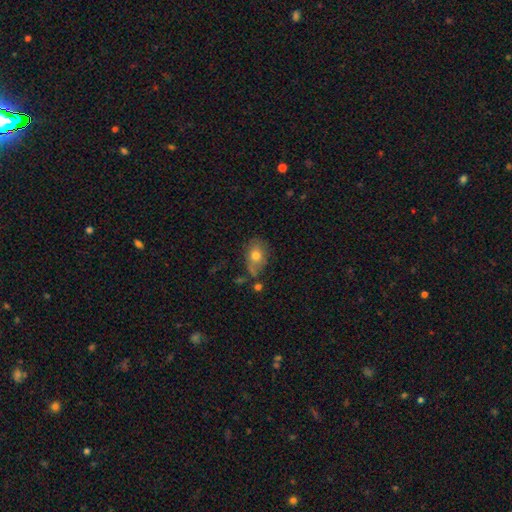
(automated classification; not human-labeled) Smooth or featured?
  - smooth: 72% *
  - featured or disk: 19%
  - star or artifact: 9%
How rounded?
  - in between: 80% *
  - round: 18%
  - cigar-shaped: 2%
Merging?
  - none: 57% *
  - minor disturbance: 25%
  - merger: 10%
  - major disturbance: 8%